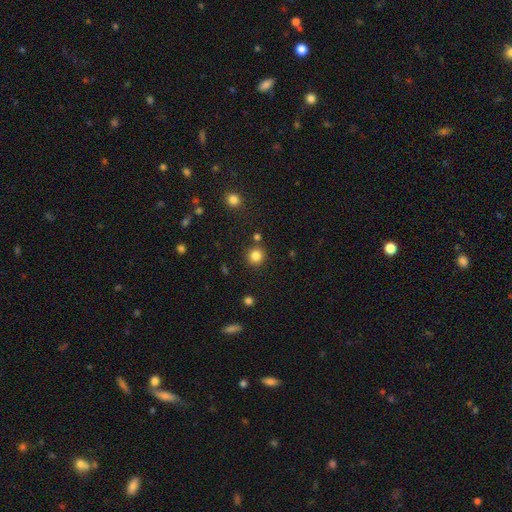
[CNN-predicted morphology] A smooth galaxy with no disk features (84%) that is round (93%). Merging: none (86%).